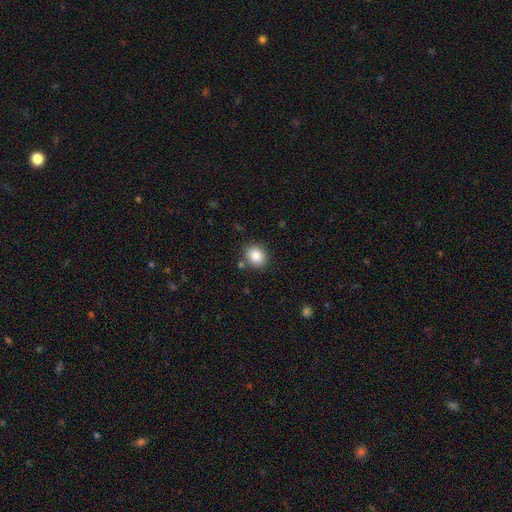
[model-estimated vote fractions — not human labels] Morphology: type=smooth (83%); roundness=round (72%); merging=none (84%).